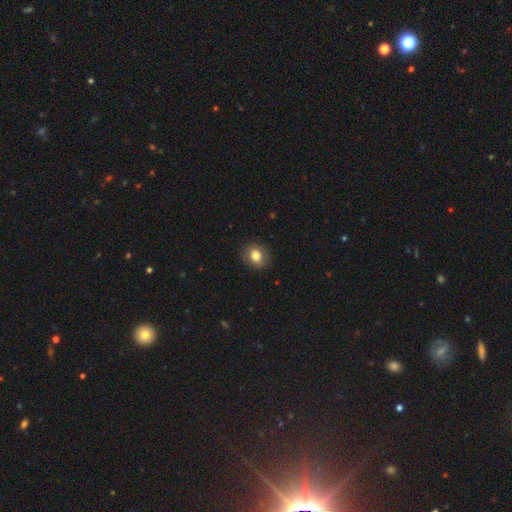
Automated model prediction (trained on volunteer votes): A smooth galaxy with no disk features (80%) that is round (61%).

Vote fractions:
- Smooth or featured? smooth: 80% / featured or disk: 10% / star or artifact: 9%
- How rounded? round: 61% / in between: 38% / cigar-shaped: 1%
- Merging? none: 87% / minor disturbance: 10% / major disturbance: 3% / merger: 1%